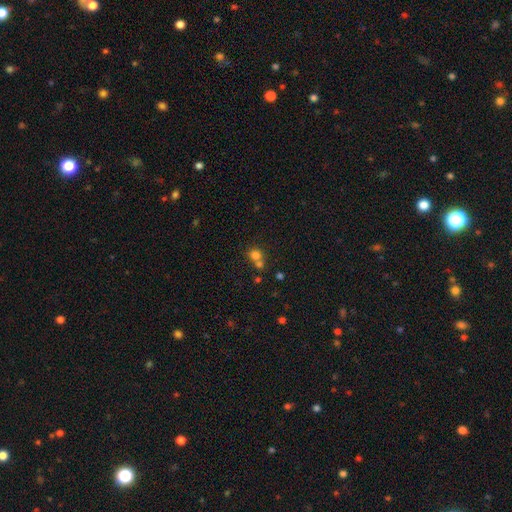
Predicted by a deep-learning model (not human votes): Smooth or featured? Predicted: smooth (p=0.74). How rounded? Predicted: round (p=0.77). Merging? Predicted: merger (p=0.48).